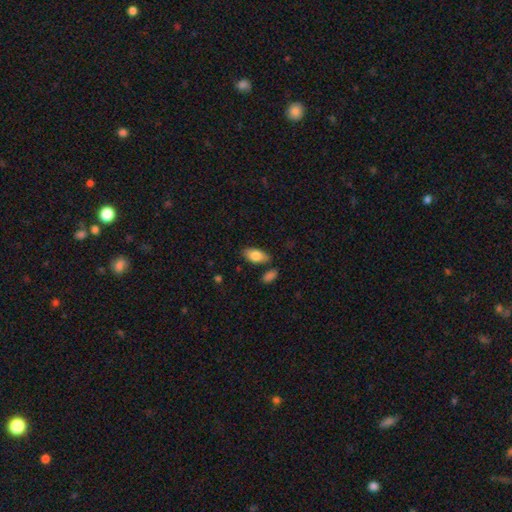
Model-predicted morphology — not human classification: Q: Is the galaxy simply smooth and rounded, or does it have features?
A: smooth — 80%.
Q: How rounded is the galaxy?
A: in between — 91%.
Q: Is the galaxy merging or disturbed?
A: none — 78%.